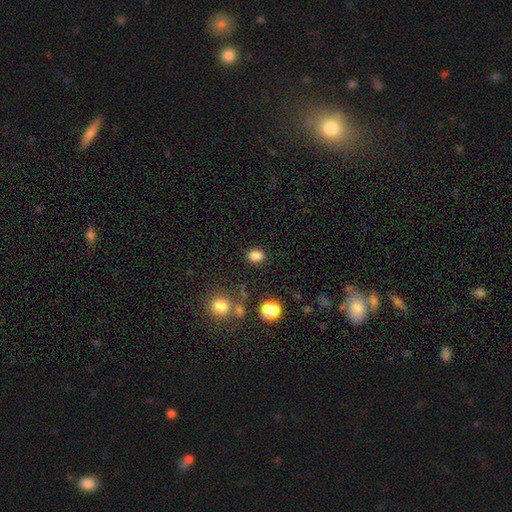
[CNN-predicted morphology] Q: Smooth or featured?
A: smooth (84%); runner-up: star or artifact (12%)
Q: How rounded?
A: round (63%); runner-up: in between (36%)
Q: Merging?
A: none (86%); runner-up: minor disturbance (8%)